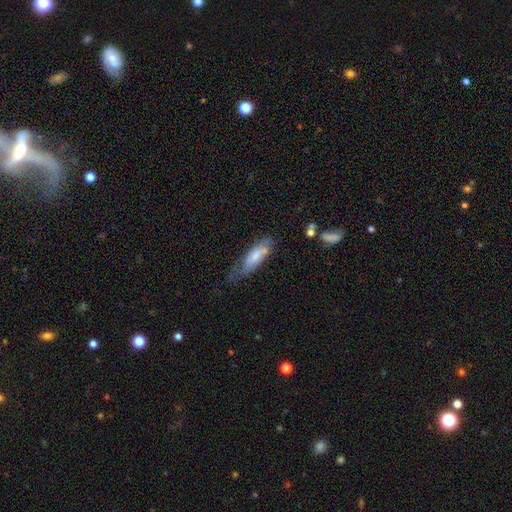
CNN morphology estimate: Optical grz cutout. It shows a smooth galaxy with no disk features (52%) that is in between round and cigar-shaped (55%). Merging: none (46%).